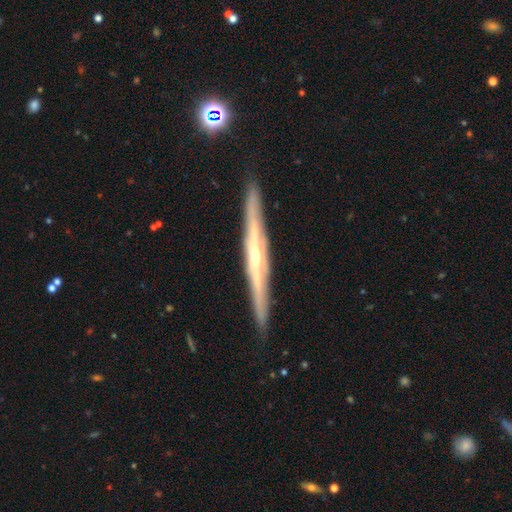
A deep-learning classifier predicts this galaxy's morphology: Smooth or featured? Predicted: featured or disk (p=0.82). Edge-on disk? Predicted: yes (p=0.97). Edge-on bulge? Predicted: rounded (p=0.69). Merging? Predicted: none (p=0.90).